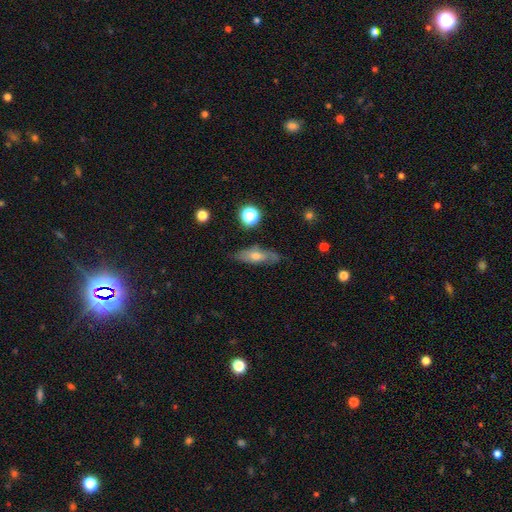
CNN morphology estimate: A smooth galaxy with no disk features (48%).

Vote fractions:
- Smooth or featured? smooth: 48% / featured or disk: 42% / star or artifact: 9%
- Merging? none: 75% / minor disturbance: 18% / major disturbance: 4% / merger: 2%